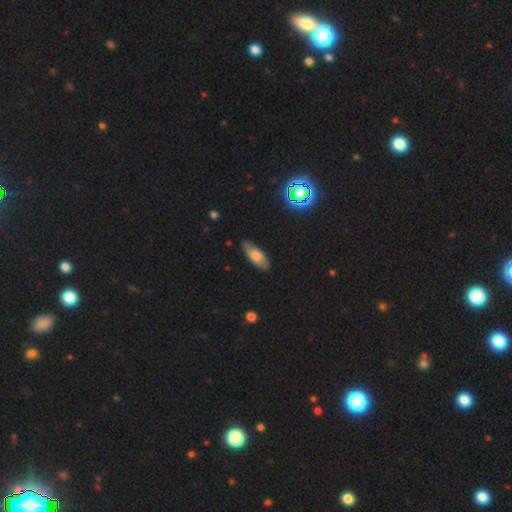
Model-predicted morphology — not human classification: Q: Smooth or featured?
A: smooth (63%); runner-up: featured or disk (28%)
Q: How rounded?
A: in between (76%); runner-up: cigar-shaped (22%)
Q: Merging?
A: none (78%); runner-up: minor disturbance (18%)